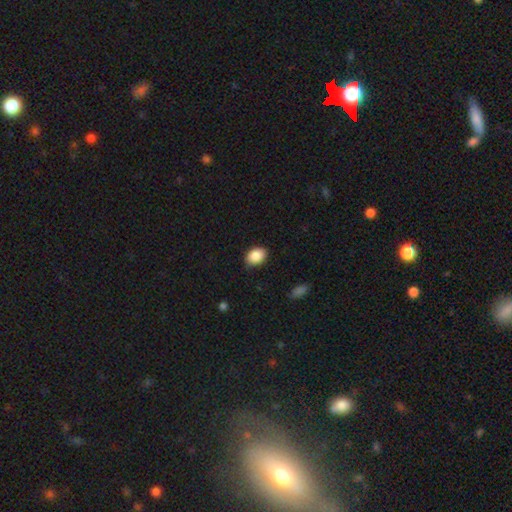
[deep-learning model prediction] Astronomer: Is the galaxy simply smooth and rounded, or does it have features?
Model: smooth — 88%.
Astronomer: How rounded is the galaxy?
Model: in between — 73%.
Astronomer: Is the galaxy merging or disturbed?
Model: none — 81%.